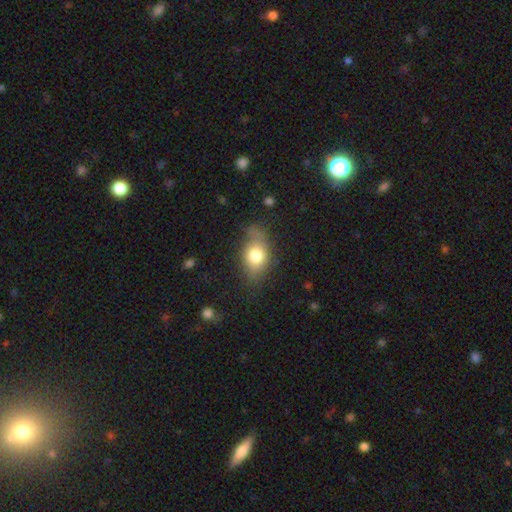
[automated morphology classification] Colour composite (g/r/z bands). It shows a smooth galaxy with no disk features (75%) that is in between round and cigar-shaped (78%). Merging: none (57%).